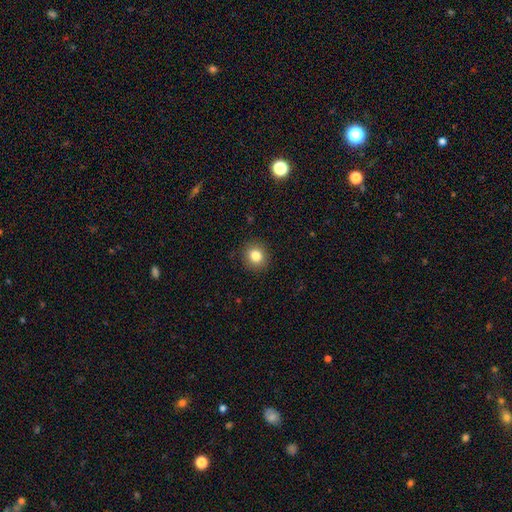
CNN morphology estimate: smooth-or-featured: smooth: 83% | star or artifact: 10% | featured or disk: 7%
  how-rounded: round: 81% | in between: 18% | cigar-shaped: 1%
  merging: none: 90% | minor disturbance: 7% | major disturbance: 2% | merger: 1%